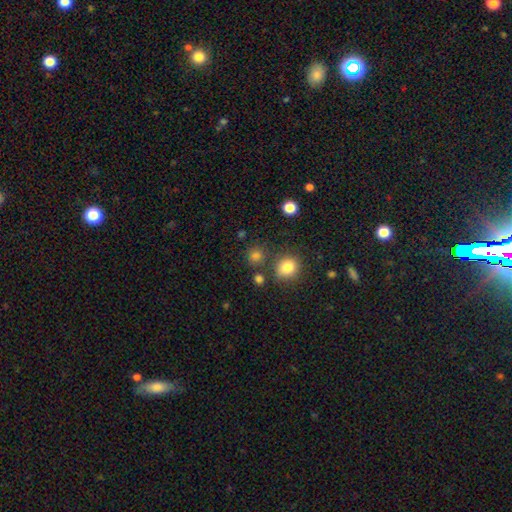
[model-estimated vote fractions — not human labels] smooth 80%, star or artifact 16%, featured or disk 5%. Down the decision tree: how rounded — round (88%); merging — none (78%).